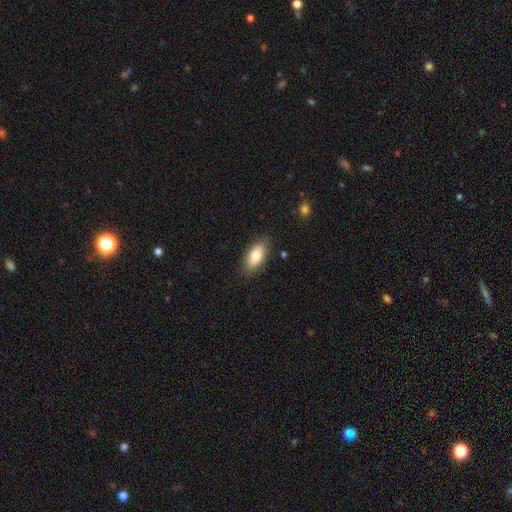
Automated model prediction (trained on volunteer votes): This appears to be a smooth galaxy with no disk features (79%) that is in between round and cigar-shaped (88%). Merging: none (85%).